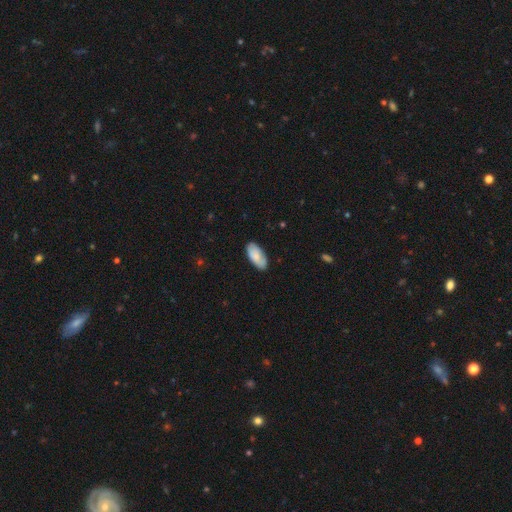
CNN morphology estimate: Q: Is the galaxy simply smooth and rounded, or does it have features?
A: smooth — 75%.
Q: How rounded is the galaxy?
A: in between — 92%.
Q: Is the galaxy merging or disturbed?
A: none — 82%.